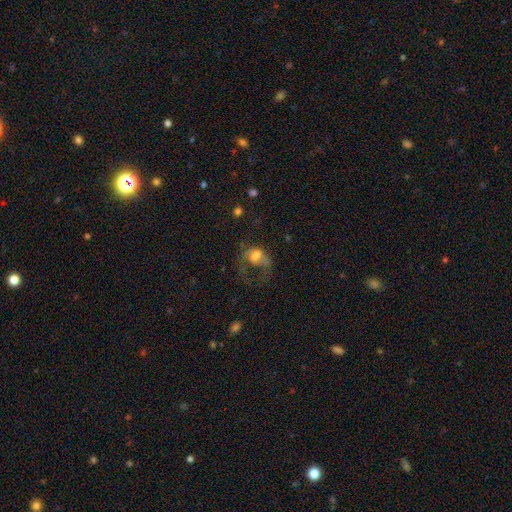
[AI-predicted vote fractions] The model was most divided on "smooth or featured": smooth: 48%, featured or disk: 39%, star or artifact: 13%. More confident: merging — major disturbance (61%).